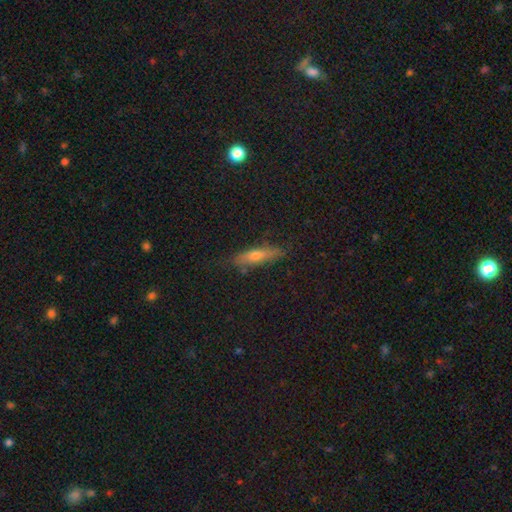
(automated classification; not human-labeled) Smooth or featured: smooth — 53% (featured or disk — 37%)
How rounded: cigar-shaped — 72% (in between — 25%)
Merging: none — 77% (minor disturbance — 17%)